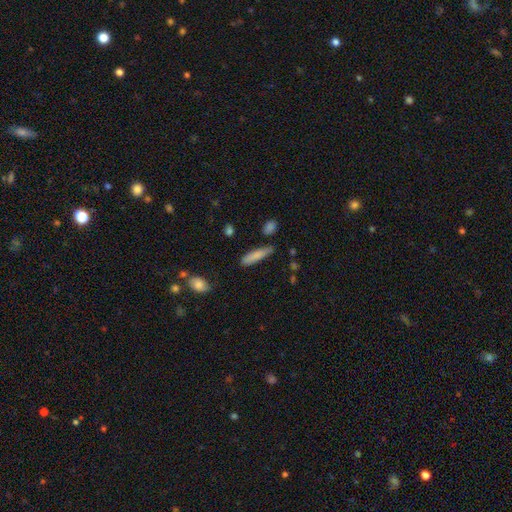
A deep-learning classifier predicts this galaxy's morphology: This appears to be a smooth galaxy with no disk features (80%) that is cigar-shaped (76%). Merging: none (77%).